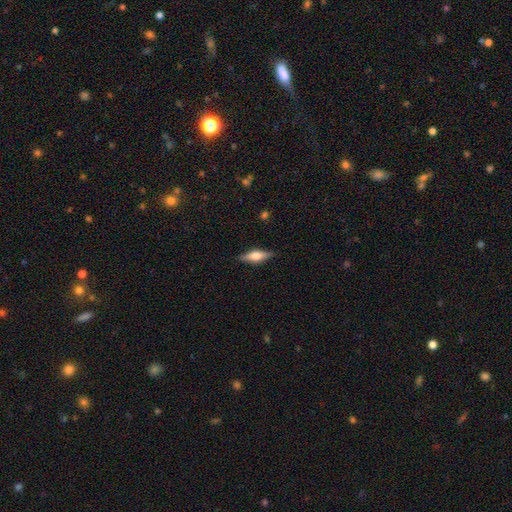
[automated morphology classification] A featured or disk galaxy (51%) viewed edge-on (94%).

Vote fractions:
- Smooth or featured? featured or disk: 51% / smooth: 42% / star or artifact: 7%
- Edge-on disk? yes: 94% / no: 6%
- Merging? none: 87% / minor disturbance: 10% / major disturbance: 2% / merger: 1%